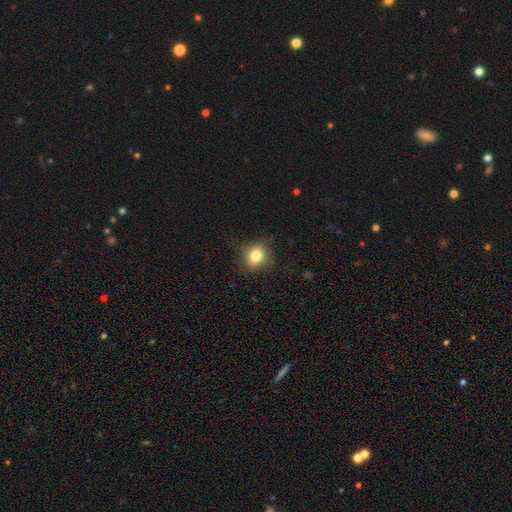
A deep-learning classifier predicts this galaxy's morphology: Smooth or featured?
  - smooth: 78% *
  - featured or disk: 11%
  - star or artifact: 11%
How rounded?
  - round: 51% *
  - in between: 47%
  - cigar-shaped: 2%
Merging?
  - none: 76% *
  - minor disturbance: 17%
  - major disturbance: 6%
  - merger: 1%